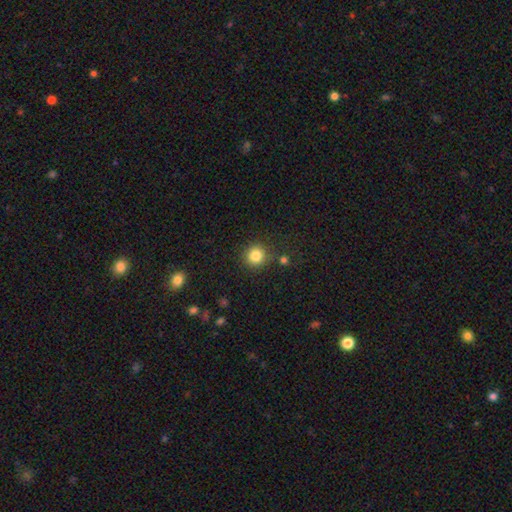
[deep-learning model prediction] smooth-or-featured: smooth: 84% | star or artifact: 11% | featured or disk: 5%
  how-rounded: round: 93% | in between: 6% | cigar-shaped: 1%
  merging: none: 85% | minor disturbance: 8% | merger: 4% | major disturbance: 3%